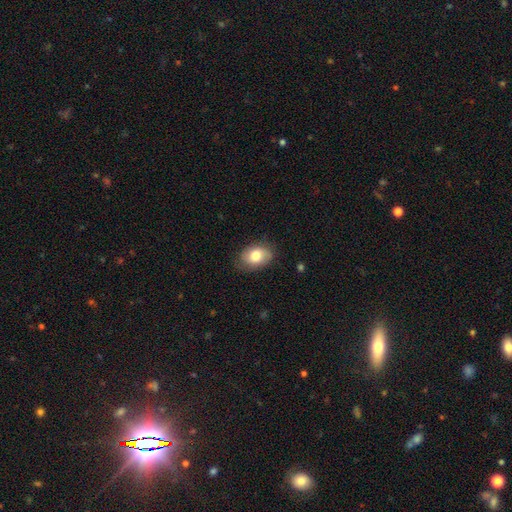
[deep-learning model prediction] A smooth galaxy with no disk features (76%) that is in between round and cigar-shaped (81%). Merging: none (77%).